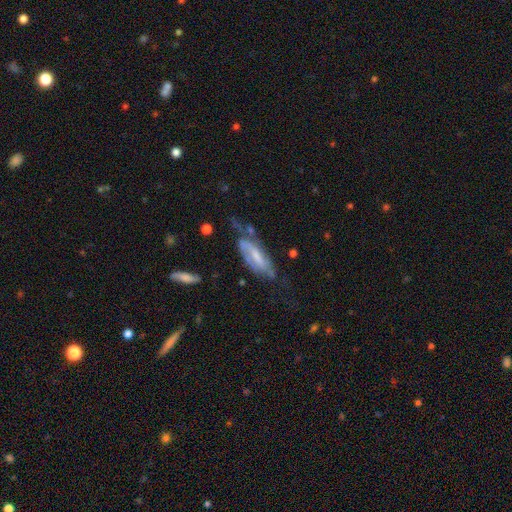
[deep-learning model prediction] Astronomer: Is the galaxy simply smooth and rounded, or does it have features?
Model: featured or disk — 69%.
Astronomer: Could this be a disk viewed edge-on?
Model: no — 83%.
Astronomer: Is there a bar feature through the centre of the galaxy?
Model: weak — 42% (runner-up: strong, 31%).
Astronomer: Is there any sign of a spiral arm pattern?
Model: yes — 85%.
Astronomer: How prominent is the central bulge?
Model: small — 43% (runner-up: moderate, 34%).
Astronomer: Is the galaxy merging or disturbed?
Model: none — 43% (runner-up: minor disturbance, 28%).